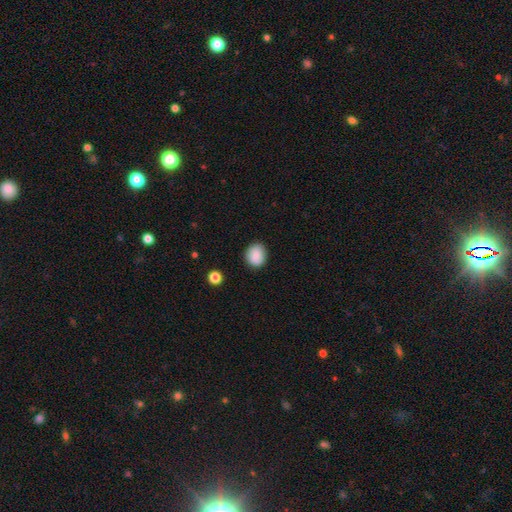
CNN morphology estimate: Smooth or featured? smooth (86%)
How rounded? round (71%)
Merging? none (86%)